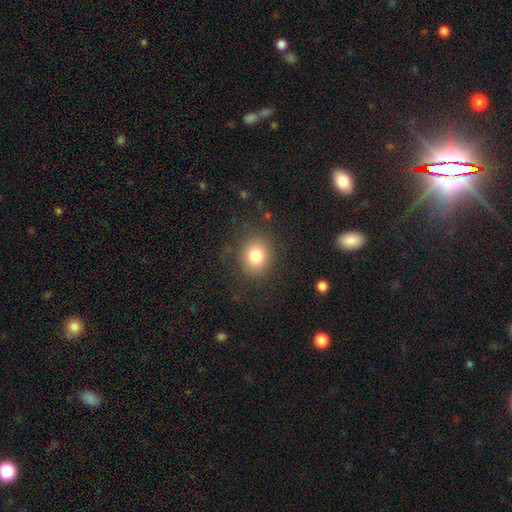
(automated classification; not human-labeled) Overall: smooth (80%). How rounded: round (73%). Merging: none (83%).